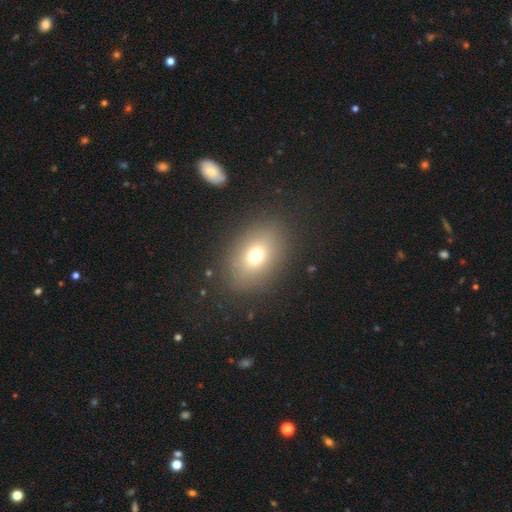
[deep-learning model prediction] This appears to be a smooth galaxy with no disk features (70%) that is in between round and cigar-shaped (68%). Merging: none (85%).